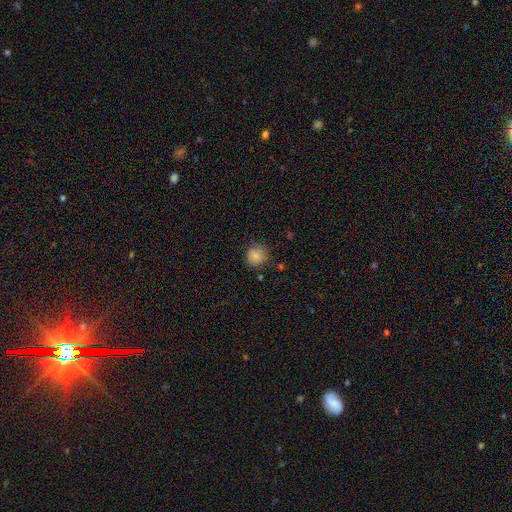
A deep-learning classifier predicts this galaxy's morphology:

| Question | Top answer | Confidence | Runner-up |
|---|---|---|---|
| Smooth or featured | smooth | 81% | featured or disk (10%) |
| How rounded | round | 89% | in between (10%) |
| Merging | none | 75% | minor disturbance (19%) |